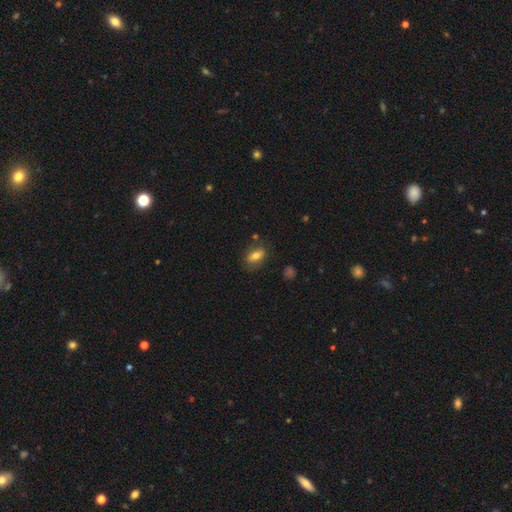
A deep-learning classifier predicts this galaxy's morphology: smooth_or_featured: smooth (p=0.73) [alt: featured or disk p=0.19]
how_rounded: in between (p=0.79) [alt: cigar-shaped p=0.13]
merging: none (p=0.76) [alt: minor disturbance p=0.16]